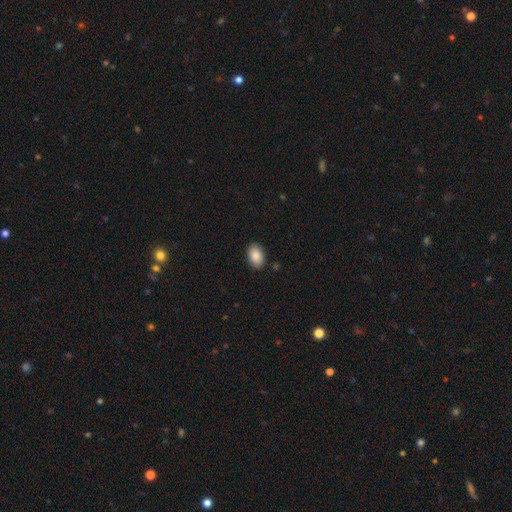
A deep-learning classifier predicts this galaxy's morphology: Smooth or featured? Predicted: smooth (p=0.87). How rounded? Predicted: in between (p=0.88). Merging? Predicted: none (p=0.88).